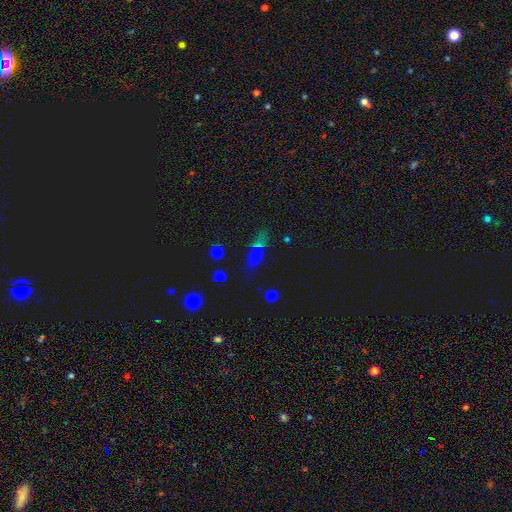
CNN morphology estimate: Smooth or featured: smooth — 62% (star or artifact — 26%)
How rounded: in between — 55% (cigar-shaped — 37%)
Merging: none — 75% (minor disturbance — 15%)